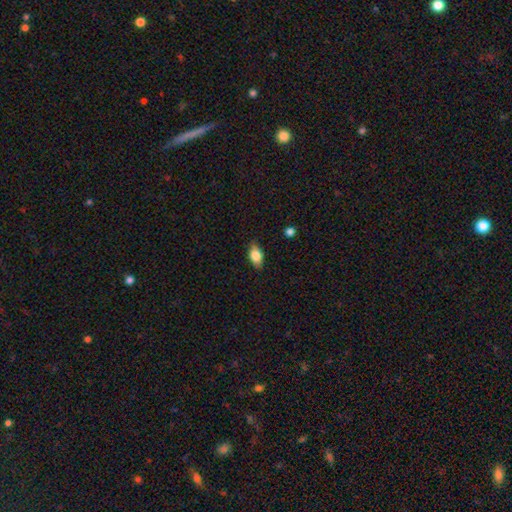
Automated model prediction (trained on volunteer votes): smooth 77%, featured or disk 15%, star or artifact 8%. Down the decision tree: how rounded — in between (87%); merging — none (84%).